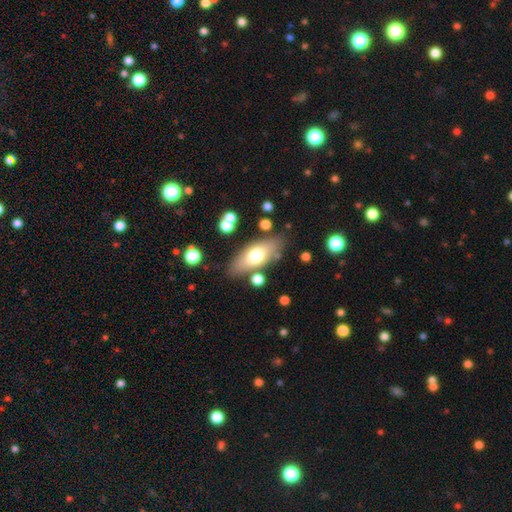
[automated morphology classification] type=smooth (65%); roundness=in between (76%); merging=none (79%).